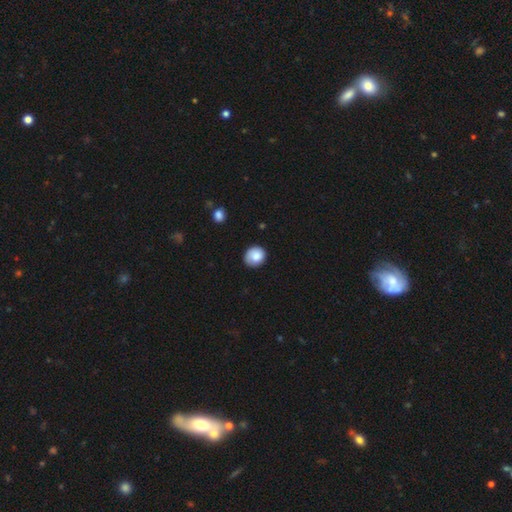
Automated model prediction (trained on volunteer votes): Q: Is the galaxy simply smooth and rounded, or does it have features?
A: smooth — 82%.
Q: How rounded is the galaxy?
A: round — 80%.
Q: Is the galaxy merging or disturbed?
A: none — 75%.